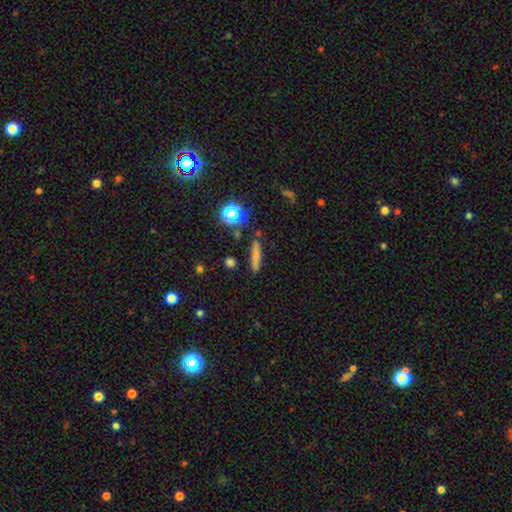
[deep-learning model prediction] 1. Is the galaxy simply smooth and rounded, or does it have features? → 73% smooth, 13% featured or disk, 13% star or artifact.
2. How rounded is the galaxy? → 82% cigar-shaped, 12% in between, 7% round.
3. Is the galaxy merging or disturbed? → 83% none, 10% minor disturbance, 3% merger, 3% major disturbance.